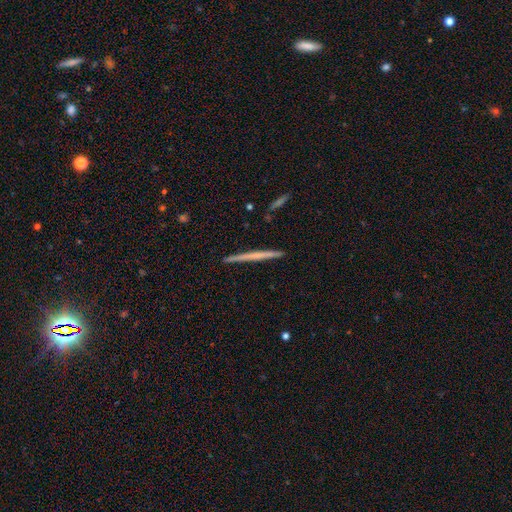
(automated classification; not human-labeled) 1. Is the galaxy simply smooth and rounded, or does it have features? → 54% featured or disk, 40% smooth, 6% star or artifact.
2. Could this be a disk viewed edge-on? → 98% yes, 2% no.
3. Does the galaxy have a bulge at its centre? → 81% none, 14% rounded, 5% boxy.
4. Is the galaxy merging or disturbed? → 92% none, 6% minor disturbance, 1% merger, 1% major disturbance.